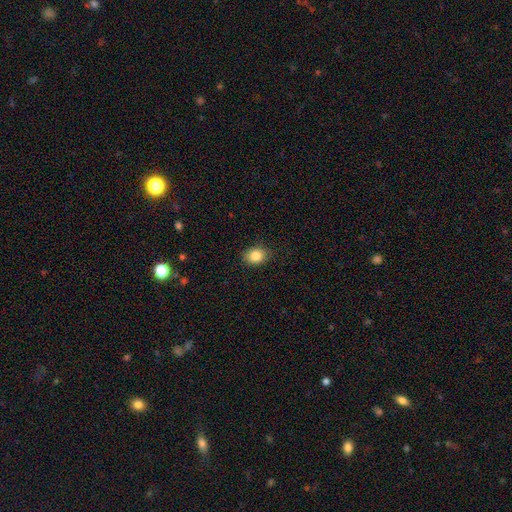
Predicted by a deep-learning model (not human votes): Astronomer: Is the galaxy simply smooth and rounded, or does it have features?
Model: smooth — 85%.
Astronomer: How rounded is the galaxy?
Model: in between — 51% (runner-up: round, 48%).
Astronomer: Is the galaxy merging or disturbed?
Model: none — 86%.